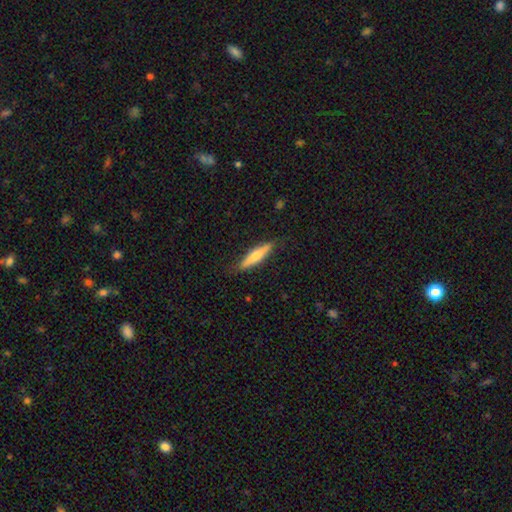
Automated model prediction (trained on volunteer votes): smooth-or-featured: smooth: 59% | featured or disk: 36% | star or artifact: 5%
  how-rounded: cigar-shaped: 87% | in between: 11% | round: 2%
  merging: none: 83% | minor disturbance: 13% | major disturbance: 2% | merger: 1%